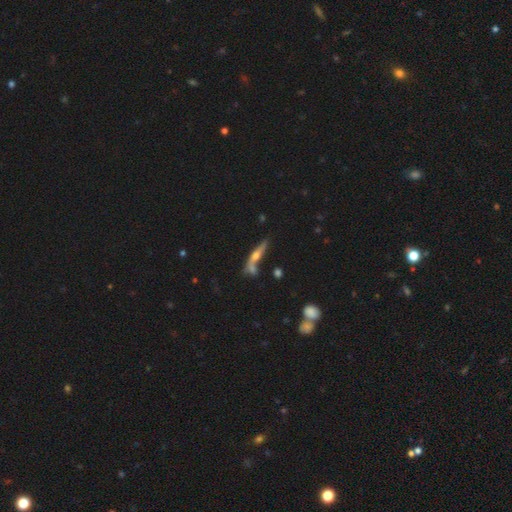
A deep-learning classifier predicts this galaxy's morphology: This is possibly a featured or disk galaxy (60%). It is clearly viewed edge-on (91%). Edge-on bulge: clearly rounded (87%). Merging: possibly none (58%).